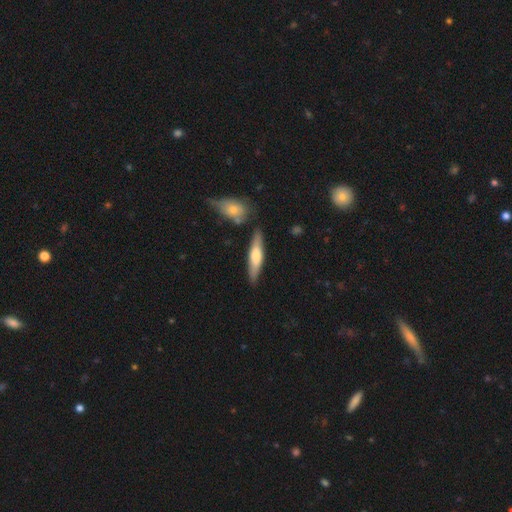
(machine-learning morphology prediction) This appears to be a smooth galaxy with no disk features (53%) that is cigar-shaped (79%). Merging: none (83%).